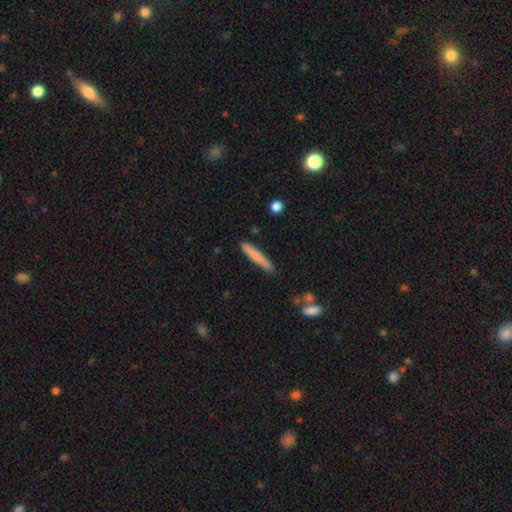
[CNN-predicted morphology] A smooth galaxy with no disk features (72%) that is cigar-shaped (94%).

Vote fractions:
- Smooth or featured? smooth: 72% / featured or disk: 22% / star or artifact: 6%
- How rounded? cigar-shaped: 94% / in between: 5% / round: 1%
- Merging? none: 87% / minor disturbance: 10% / merger: 2% / major disturbance: 2%